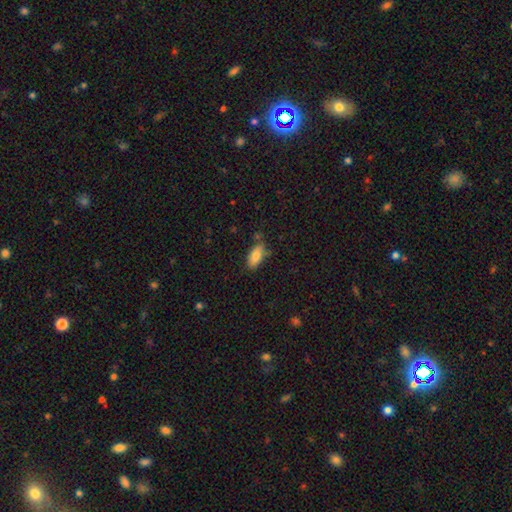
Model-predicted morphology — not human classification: Q: Smooth or featured?
A: smooth (82%); runner-up: featured or disk (10%)
Q: How rounded?
A: in between (87%); runner-up: cigar-shaped (11%)
Q: Merging?
A: none (67%); runner-up: minor disturbance (23%)